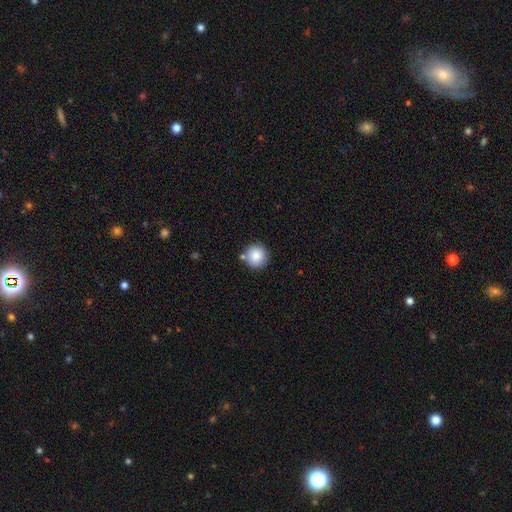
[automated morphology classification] Overall: smooth (85%). How rounded: round (95%). Merging: none (80%).